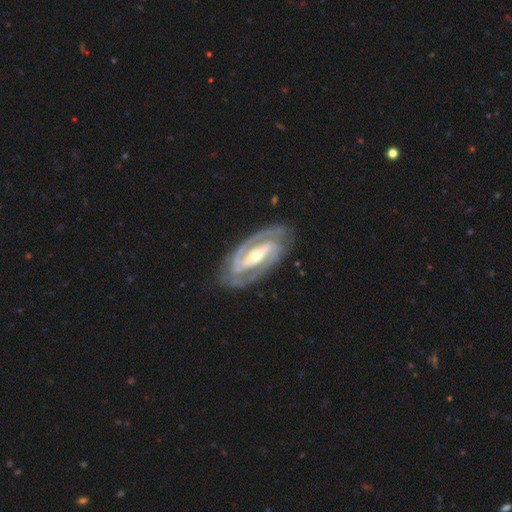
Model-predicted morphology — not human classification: Smooth or featured: featured or disk — 92% (smooth — 4%)
Edge-on disk: no — 95% (yes — 5%)
Bar: strong — 53% (weak — 28%)
Spiral arms: yes — 97% (no — 3%)
Spiral winding: tight — 56% (medium — 37%)
Spiral arm count: 2 — 87% (3 — 5%)
Bulge size: moderate — 54% (small — 42%)
Merging: none — 82% (minor disturbance — 13%)